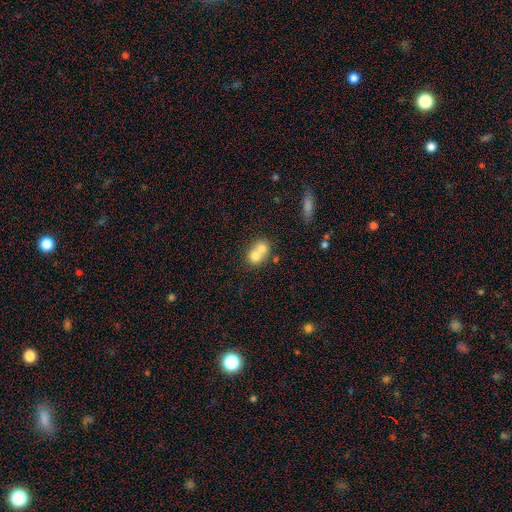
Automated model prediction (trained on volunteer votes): Smooth or featured: smooth — 70% (featured or disk — 20%)
How rounded: round — 71% (in between — 28%)
Merging: merger — 70% (none — 23%)